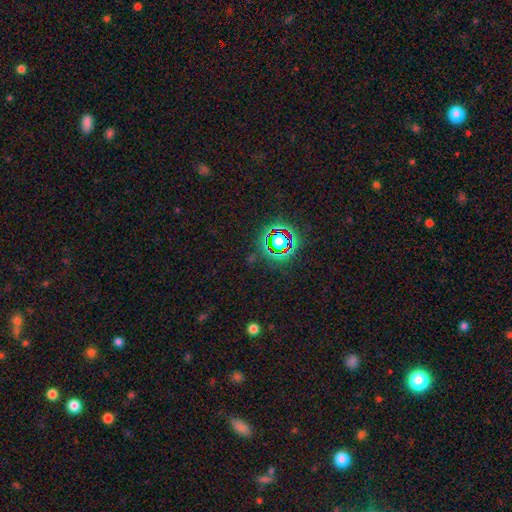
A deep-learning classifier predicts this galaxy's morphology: smooth_or_featured: star or artifact (p=0.77) [alt: smooth p=0.15]